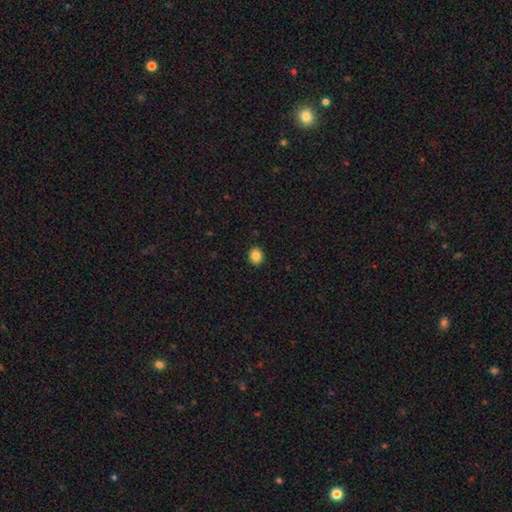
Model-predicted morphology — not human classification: Smooth or featured?
  - smooth: 86% *
  - star or artifact: 10%
  - featured or disk: 4%
How rounded?
  - round: 77% *
  - in between: 22%
  - cigar-shaped: 1%
Merging?
  - none: 92% *
  - minor disturbance: 5%
  - major disturbance: 2%
  - merger: 1%